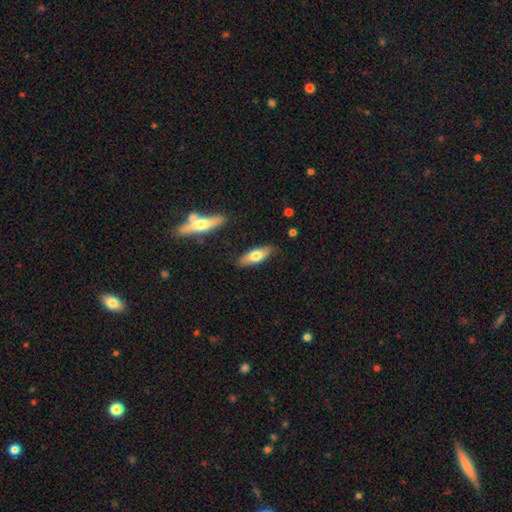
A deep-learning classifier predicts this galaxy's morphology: Overall: smooth (64%; featured or disk 30%). How rounded: in between (64%; cigar-shaped 33%). Merging: none (83%).